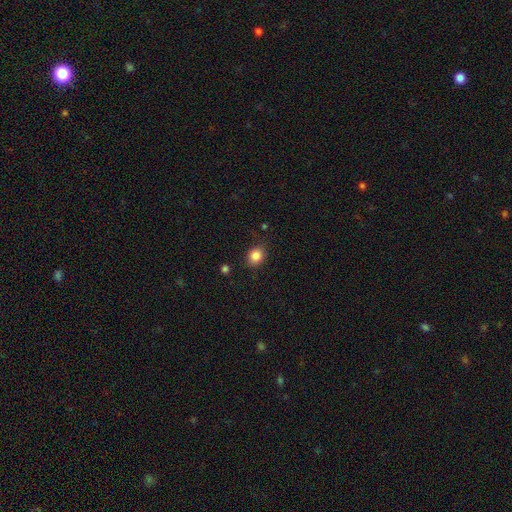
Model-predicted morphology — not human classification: Overall: smooth (85%). How rounded: round (62%; in between 37%). Merging: none (81%).